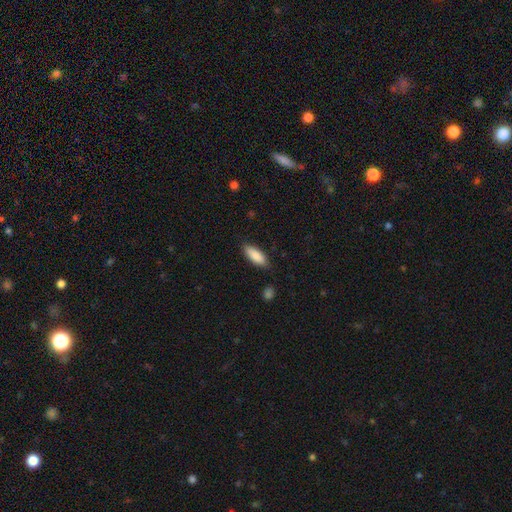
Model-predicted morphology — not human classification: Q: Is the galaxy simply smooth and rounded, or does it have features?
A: smooth — 88%.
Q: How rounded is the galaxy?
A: in between — 71%.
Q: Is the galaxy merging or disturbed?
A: none — 83%.